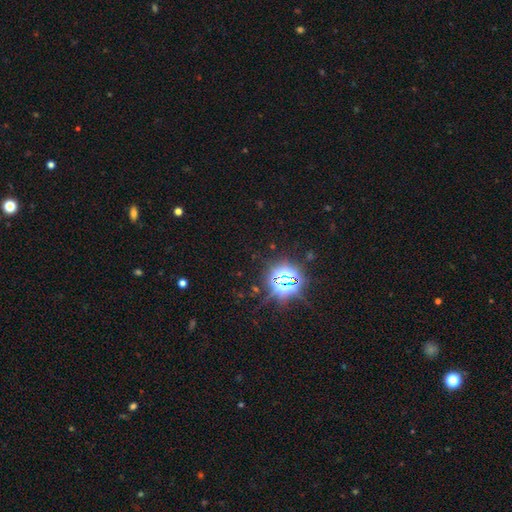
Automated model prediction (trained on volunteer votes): Q: Smooth or featured?
A: star or artifact (82%); runner-up: smooth (11%)